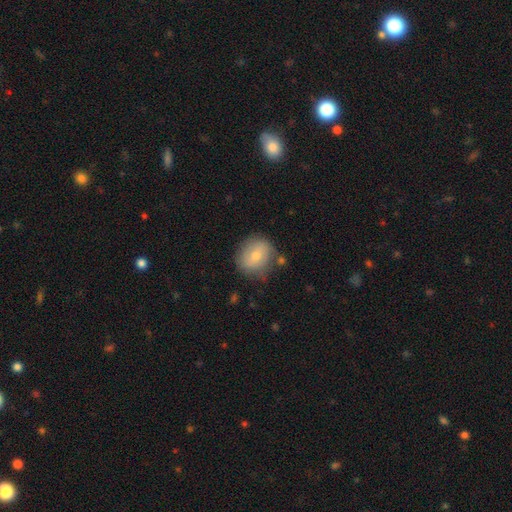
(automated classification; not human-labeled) smooth-or-featured: smooth: 70% | featured or disk: 23% | star or artifact: 8%
  how-rounded: round: 73% | in between: 26% | cigar-shaped: 1%
  merging: none: 72% | minor disturbance: 19% | major disturbance: 5% | merger: 4%